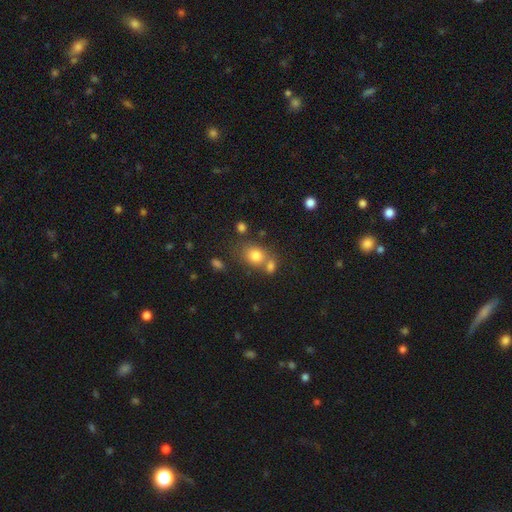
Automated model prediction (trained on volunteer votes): Q: Smooth or featured?
A: smooth (78%); runner-up: star or artifact (12%)
Q: How rounded?
A: round (59%); runner-up: in between (39%)
Q: Merging?
A: none (51%); runner-up: merger (32%)